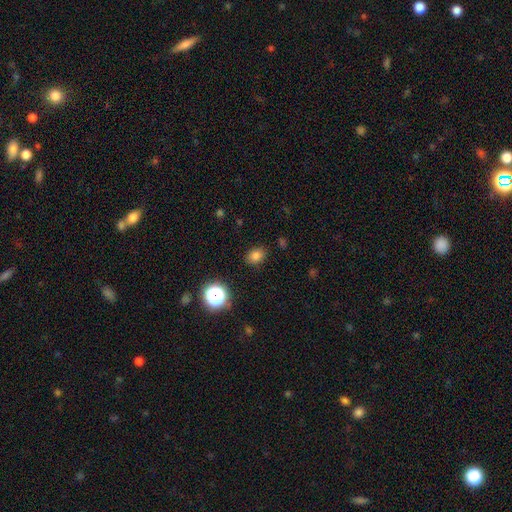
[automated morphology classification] smooth_or_featured: smooth (p=0.79) [alt: star or artifact p=0.16]
how_rounded: in between (p=0.61) [alt: round p=0.38]
merging: none (p=0.86) [alt: minor disturbance p=0.10]